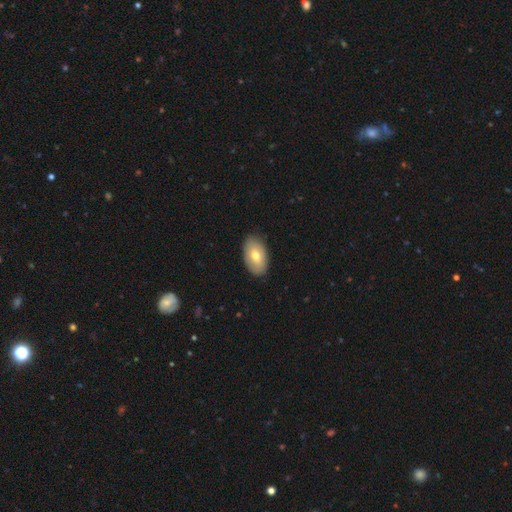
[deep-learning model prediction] Smooth or featured? Predicted: smooth (p=0.70). How rounded? Predicted: in between (p=0.93). Merging? Predicted: none (p=0.87).